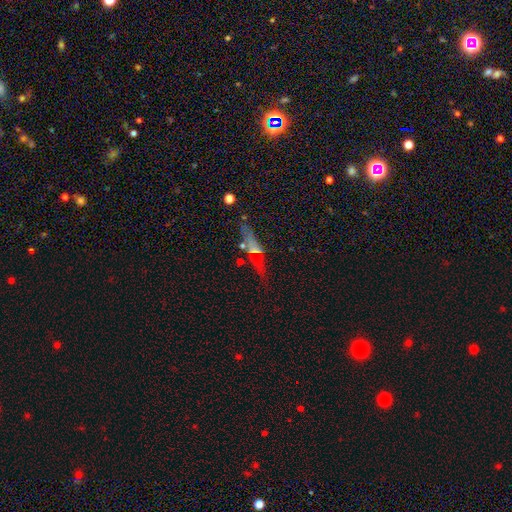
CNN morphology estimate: Q: Smooth or featured?
A: smooth (43%); runner-up: featured or disk (37%)
Q: Merging?
A: none (78%); runner-up: minor disturbance (12%)